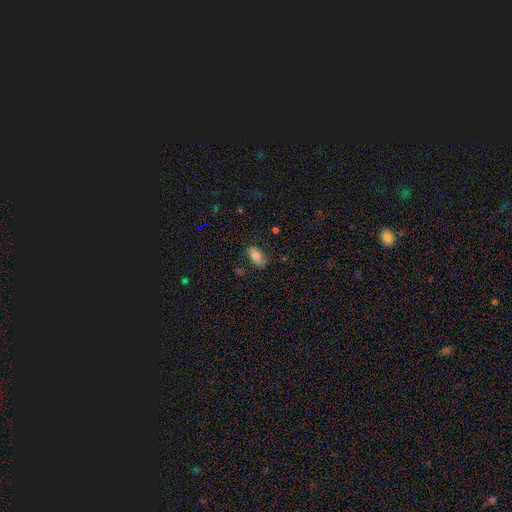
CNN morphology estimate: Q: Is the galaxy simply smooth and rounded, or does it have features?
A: smooth — 75%.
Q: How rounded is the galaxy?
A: in between — 91%.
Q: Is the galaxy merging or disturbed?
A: none — 75%.